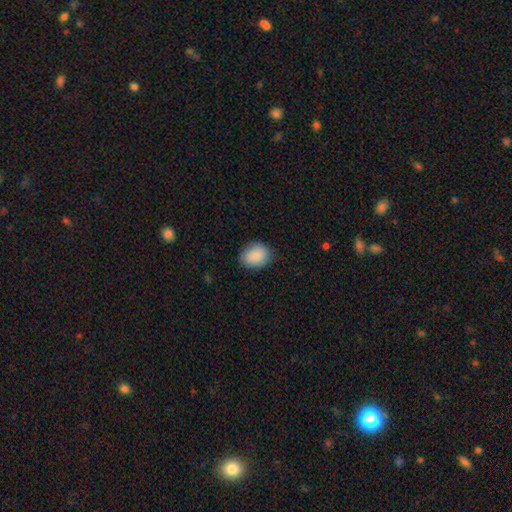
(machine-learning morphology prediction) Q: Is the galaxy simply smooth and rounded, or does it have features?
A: smooth — 88%.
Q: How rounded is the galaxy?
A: in between — 69%.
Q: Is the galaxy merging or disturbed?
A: none — 80%.